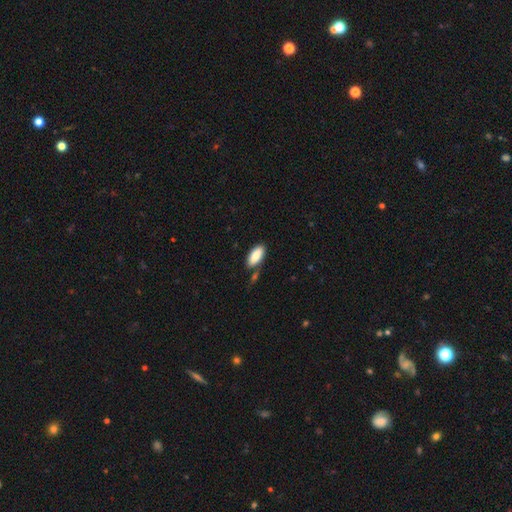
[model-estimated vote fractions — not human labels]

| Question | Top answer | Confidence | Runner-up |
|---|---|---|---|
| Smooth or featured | smooth | 86% | featured or disk (8%) |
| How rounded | in between | 89% | cigar-shaped (10%) |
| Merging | none | 74% | minor disturbance (15%) |